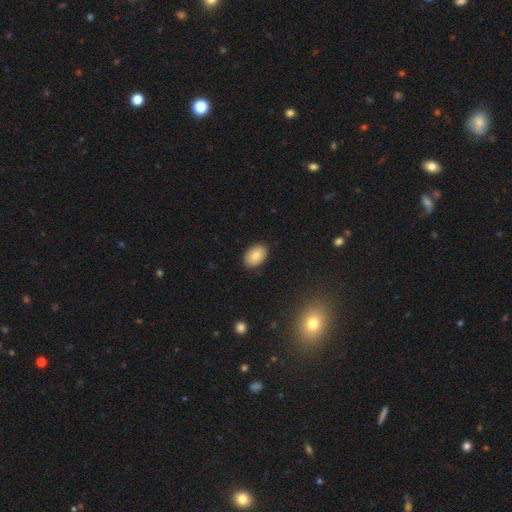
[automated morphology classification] This appears to be a smooth galaxy with no disk features (84%) that is in between round and cigar-shaped (90%). Merging: none (88%).